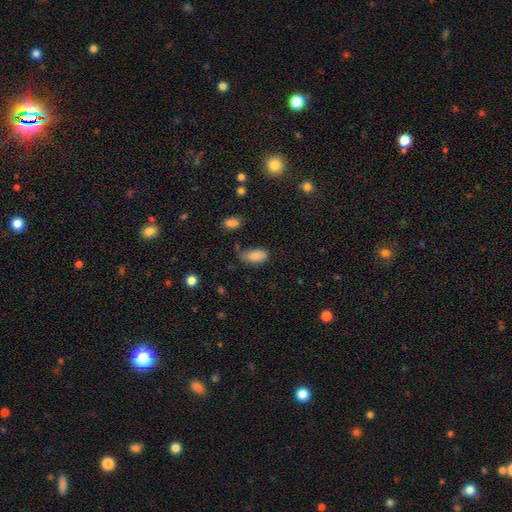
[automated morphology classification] The model was most divided on "merging": none: 51%, minor disturbance: 33%, major disturbance: 11%, merger: 5%. More confident: how rounded — in between (93%); smooth or featured — smooth (84%).